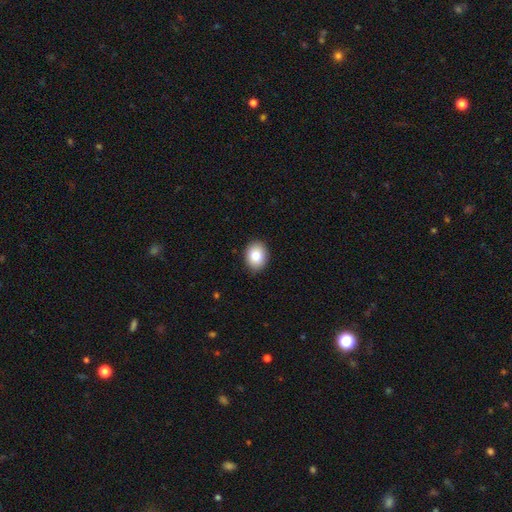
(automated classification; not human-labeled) Smooth or featured? Predicted: smooth (p=0.82). How rounded? Predicted: in between (p=0.51). Merging? Predicted: none (p=0.88).